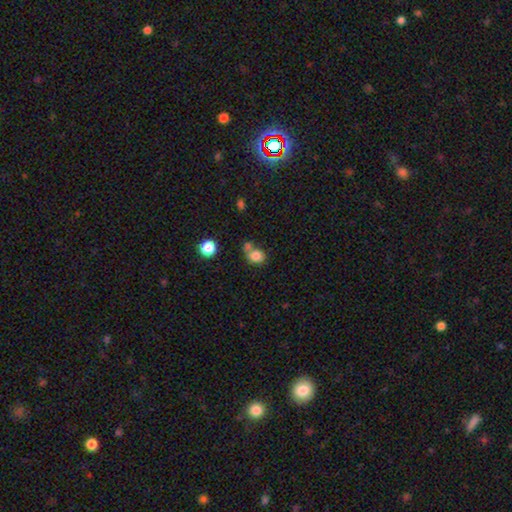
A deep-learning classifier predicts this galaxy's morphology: Smooth or featured? smooth (80%)
How rounded? round (65%)
Merging? none (45%)